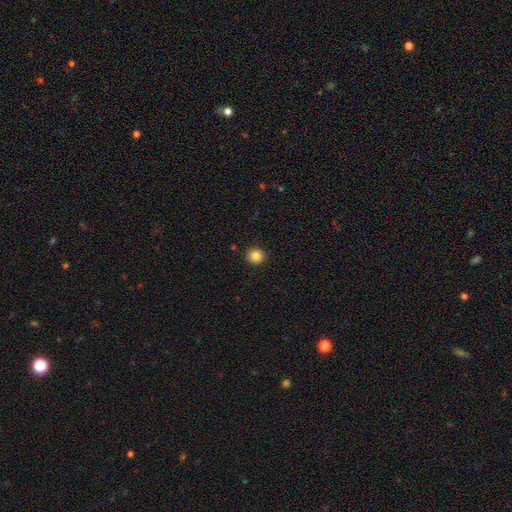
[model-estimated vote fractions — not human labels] This is clearly a smooth galaxy (85%). How rounded: clearly round (89%). Merging: clearly none (92%).